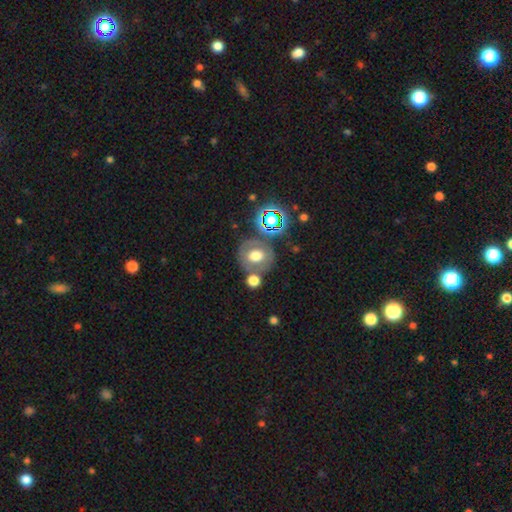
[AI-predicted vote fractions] Smooth or featured: smooth — 54% (featured or disk — 30%)
How rounded: round — 72% (in between — 27%)
Merging: none — 62% (merger — 16%)